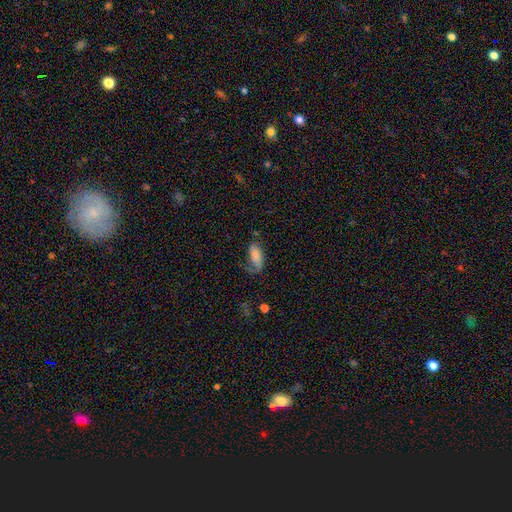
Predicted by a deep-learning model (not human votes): Smooth or featured? smooth (74%)
How rounded? in between (84%)
Merging? none (40%)